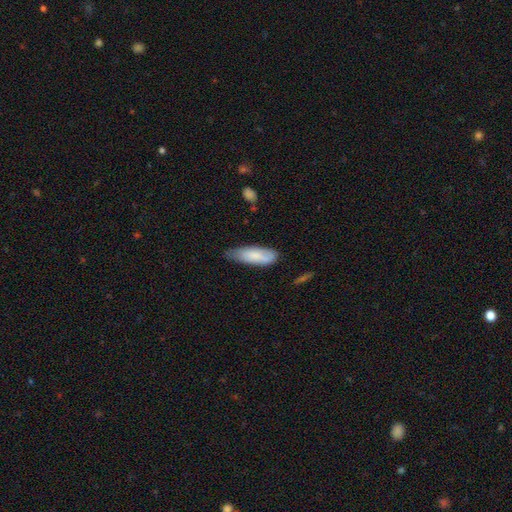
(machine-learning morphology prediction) This is likely a smooth galaxy (78%). How rounded: possibly in between (57%). Merging: possibly none (53%).